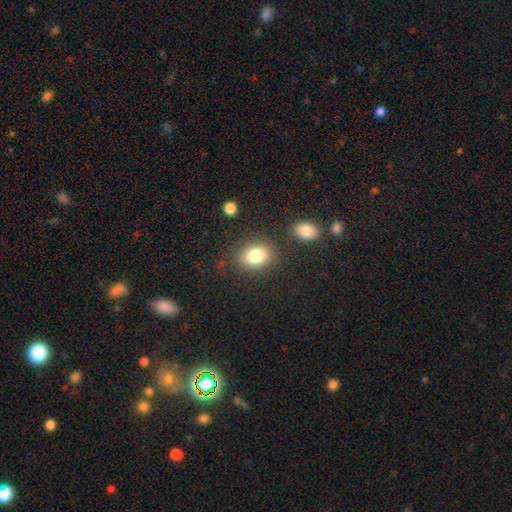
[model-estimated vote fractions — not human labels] Smooth or featured? Predicted: smooth (p=0.81). How rounded? Predicted: in between (p=0.63). Merging? Predicted: none (p=0.80).